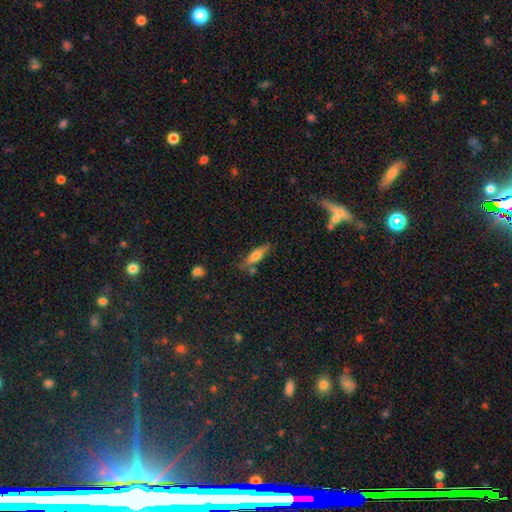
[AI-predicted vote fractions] Smooth or featured?
  - smooth: 69% *
  - featured or disk: 23%
  - star or artifact: 7%
How rounded?
  - cigar-shaped: 58% *
  - in between: 40%
  - round: 2%
Merging?
  - none: 67% *
  - minor disturbance: 19%
  - merger: 8%
  - major disturbance: 5%